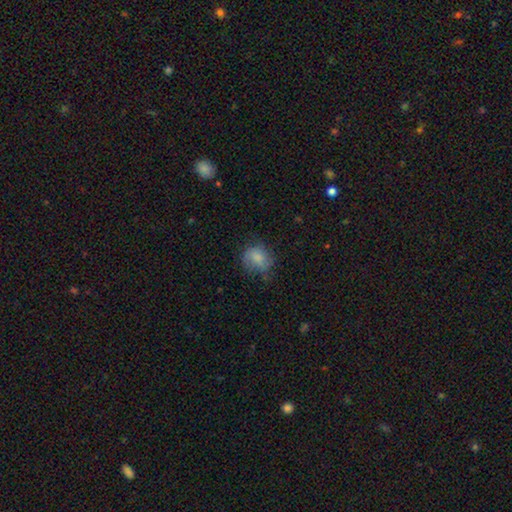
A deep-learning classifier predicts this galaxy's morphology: The model was most divided on "how rounded": round: 61%, in between: 38%, cigar-shaped: 1%. More confident: smooth or featured — smooth (70%); merging — none (60%).